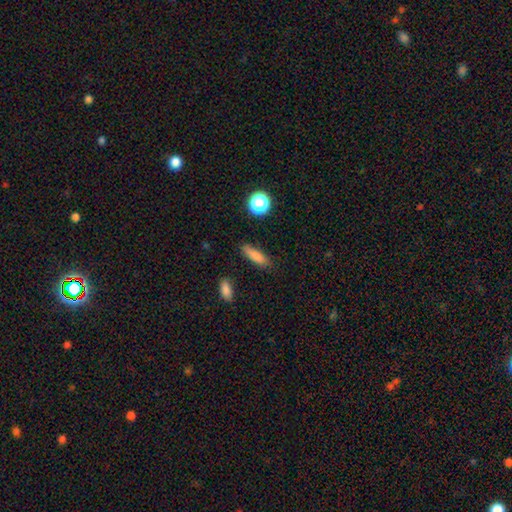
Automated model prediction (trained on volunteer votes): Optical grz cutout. It shows a smooth galaxy with no disk features (82%) that is cigar-shaped (56%). Merging: none (81%).